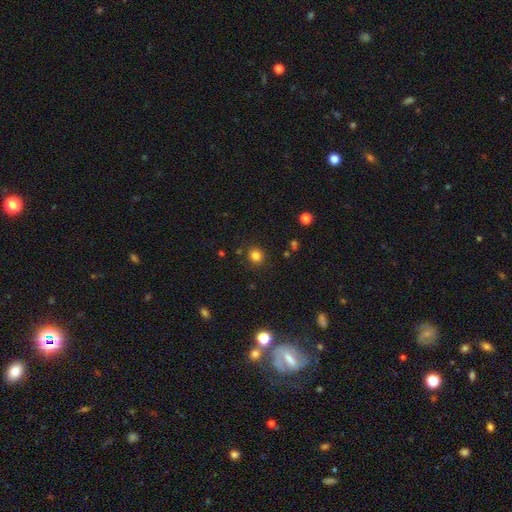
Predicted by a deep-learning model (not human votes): Smooth or featured: smooth — 81% (star or artifact — 13%)
How rounded: round — 85% (in between — 14%)
Merging: none — 86% (minor disturbance — 9%)